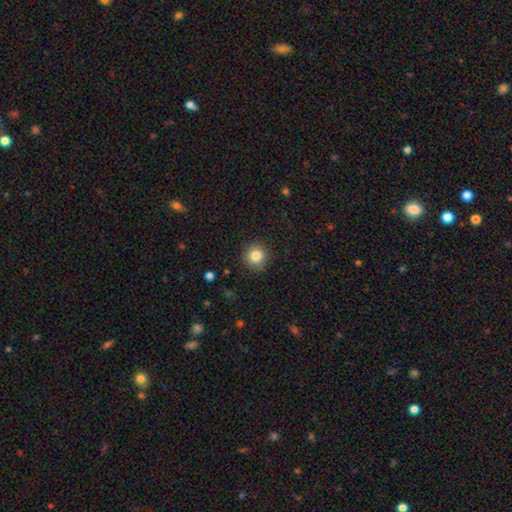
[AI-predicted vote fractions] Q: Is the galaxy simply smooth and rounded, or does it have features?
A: smooth — 83%.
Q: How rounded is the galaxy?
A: round — 94%.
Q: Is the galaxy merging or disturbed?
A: none — 89%.